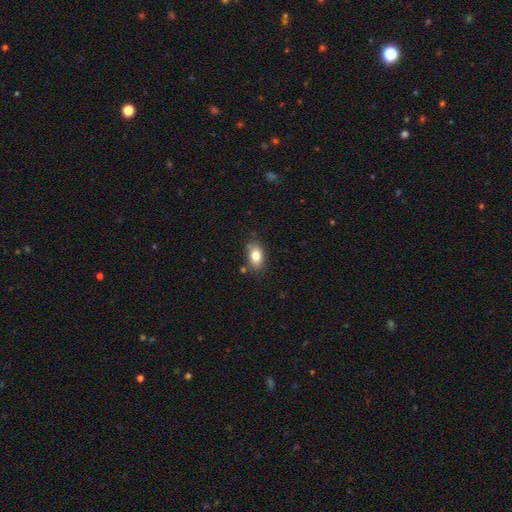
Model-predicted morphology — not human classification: smooth 82%, featured or disk 10%, star or artifact 8%. Down the decision tree: how rounded — in between (87%); merging — none (77%).